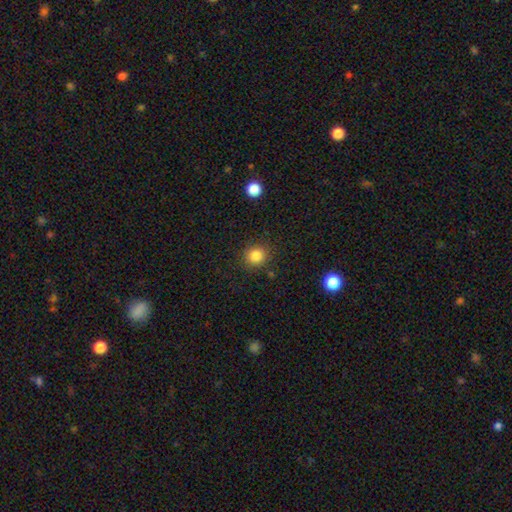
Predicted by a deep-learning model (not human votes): Morphology: type=smooth (84%); roundness=round (87%); merging=none (87%).